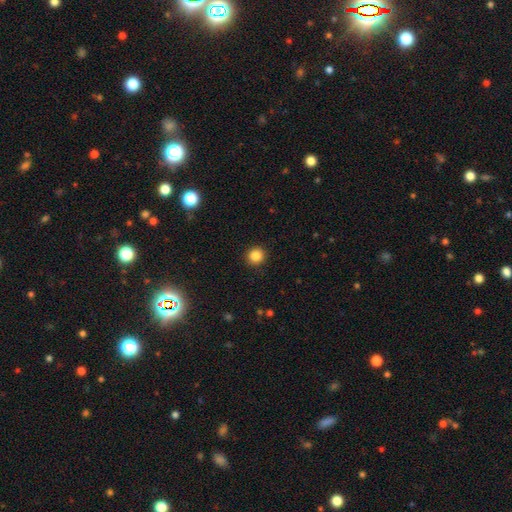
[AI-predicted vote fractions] Smooth or featured: smooth — 85% (star or artifact — 11%)
How rounded: round — 90% (in between — 9%)
Merging: none — 92% (minor disturbance — 5%)